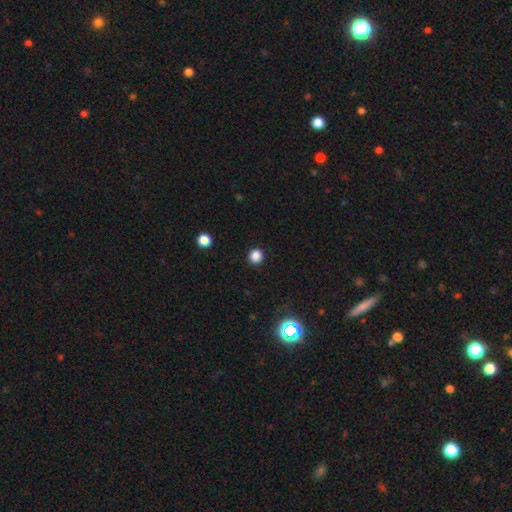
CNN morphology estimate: type=smooth (85%); roundness=round (94%); merging=none (93%).